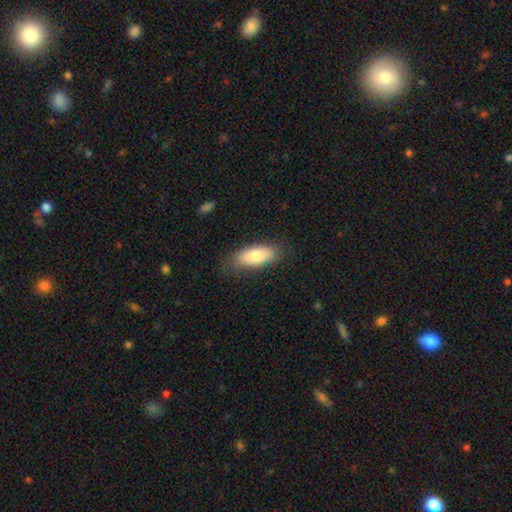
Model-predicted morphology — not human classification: smooth 80%, featured or disk 14%, star or artifact 6%. Down the decision tree: how rounded — in between (77%); merging — none (80%).